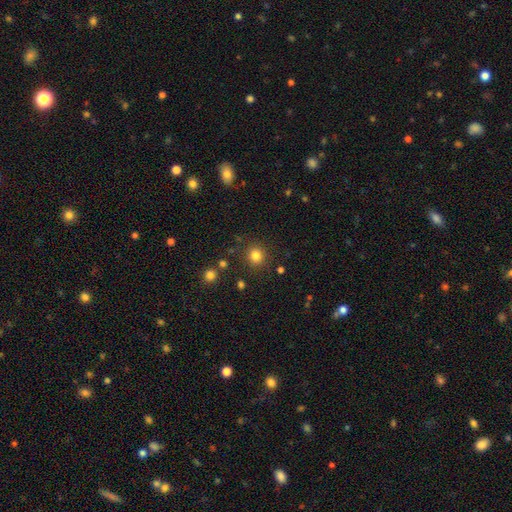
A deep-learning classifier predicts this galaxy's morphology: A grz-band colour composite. It shows a smooth galaxy with no disk features (81%) that is round (90%). Merging: none (88%).